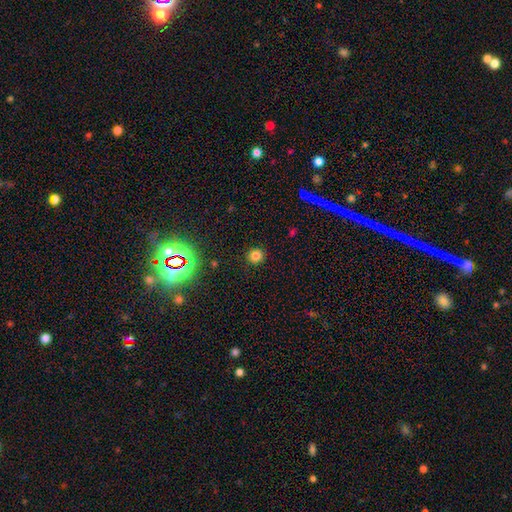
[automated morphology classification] Overall: smooth (79%). How rounded: round (93%). Merging: none (91%).